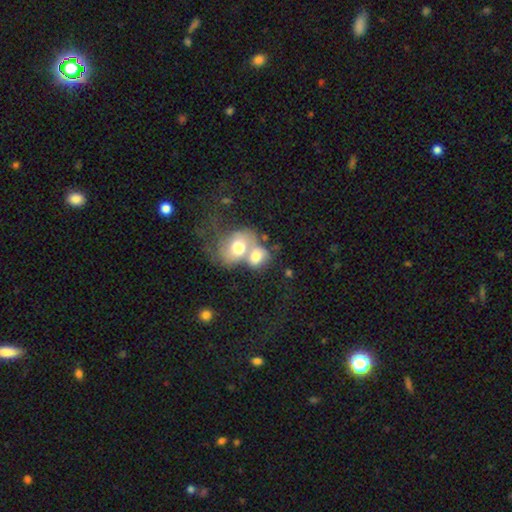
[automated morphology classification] type=smooth (64%); roundness=in between (60%); merging=merger (73%).